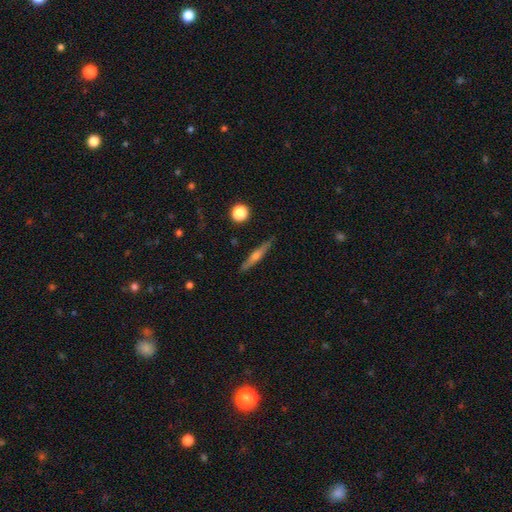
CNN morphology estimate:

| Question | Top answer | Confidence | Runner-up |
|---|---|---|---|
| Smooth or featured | featured or disk | 58% | smooth (35%) |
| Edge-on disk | yes | 96% | no (4%) |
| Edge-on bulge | rounded | 80% | none (15%) |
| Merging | none | 87% | minor disturbance (9%) |